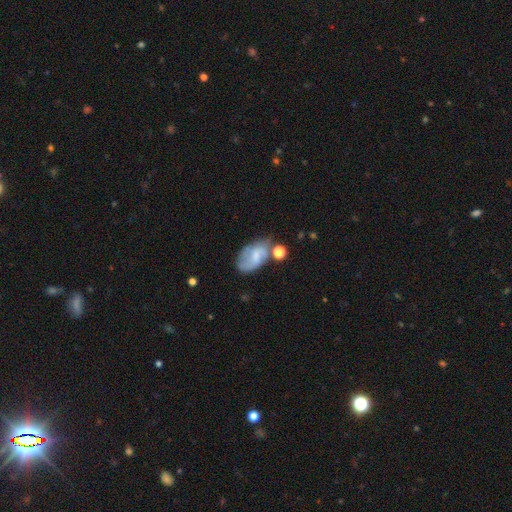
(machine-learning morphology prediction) A featured or disk galaxy (48%). Merging: none (48%).